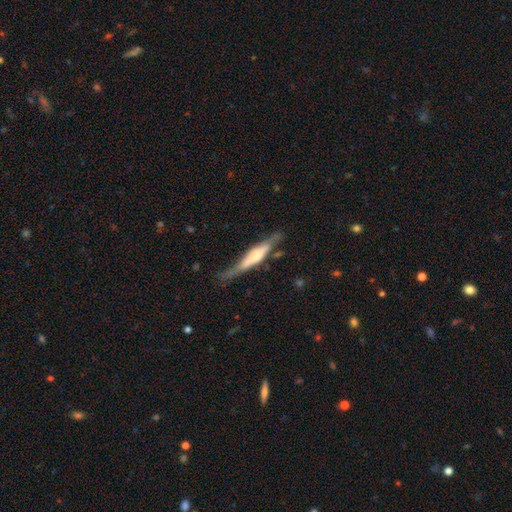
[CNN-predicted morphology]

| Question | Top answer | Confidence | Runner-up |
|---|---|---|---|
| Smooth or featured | featured or disk | 64% | smooth (30%) |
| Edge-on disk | yes | 88% | no (12%) |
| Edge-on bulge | rounded | 54% | boxy (33%) |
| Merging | none | 58% | minor disturbance (27%) |